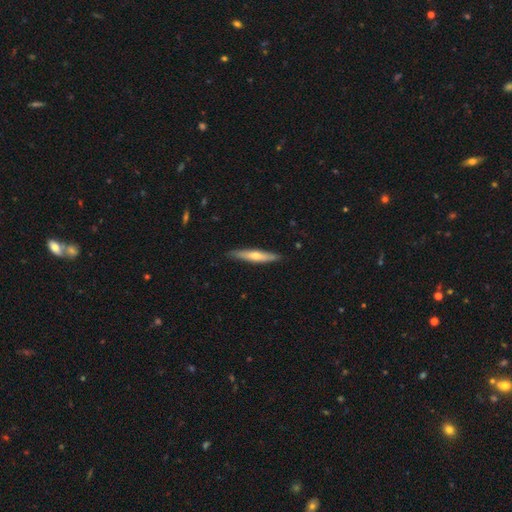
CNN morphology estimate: Smooth or featured? Predicted: smooth (p=0.48). Merging? Predicted: none (p=0.87).